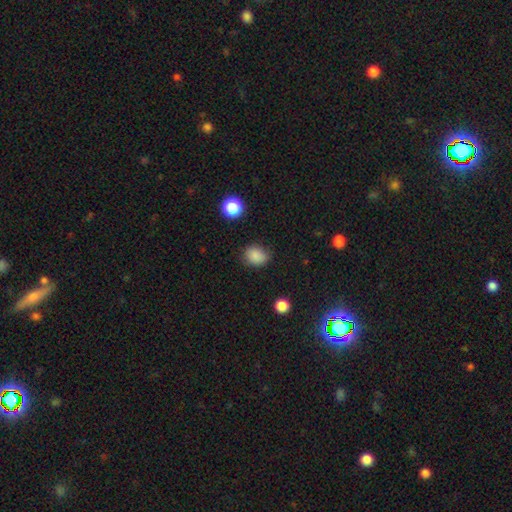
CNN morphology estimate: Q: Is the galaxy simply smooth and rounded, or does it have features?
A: smooth — 86%.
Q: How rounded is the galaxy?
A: round — 57%.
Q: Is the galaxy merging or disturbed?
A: none — 79%.